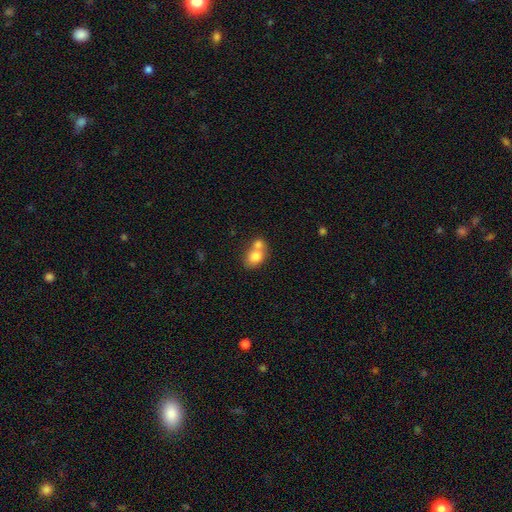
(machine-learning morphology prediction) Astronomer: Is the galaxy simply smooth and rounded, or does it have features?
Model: smooth — 77%.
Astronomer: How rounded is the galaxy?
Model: in between — 56% (runner-up: round, 43%).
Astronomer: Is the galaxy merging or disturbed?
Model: merger — 60%.